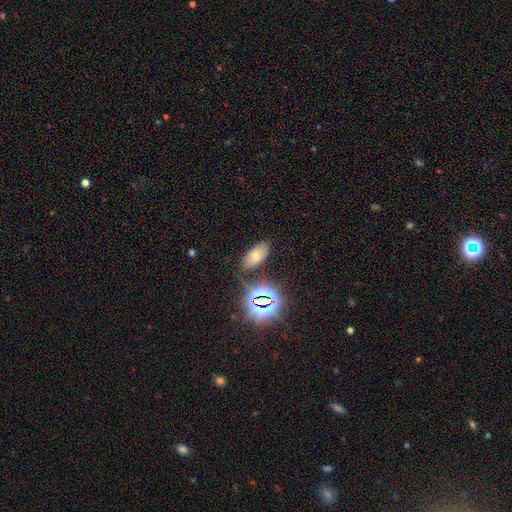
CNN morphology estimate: The model was most divided on "smooth or featured": smooth: 47%, star or artifact: 37%, featured or disk: 16%. More confident: merging — none (81%).